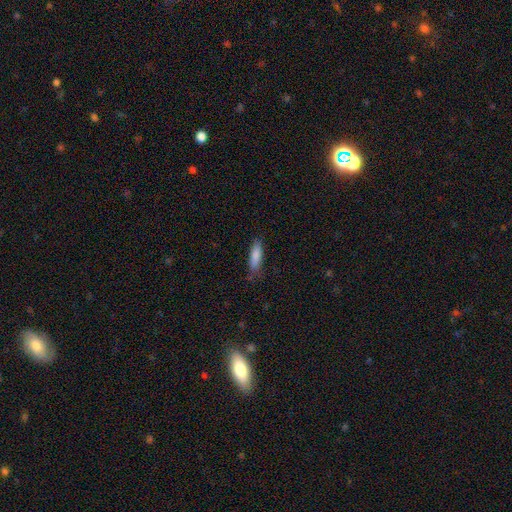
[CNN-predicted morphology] A smooth galaxy with no disk features (84%) that is cigar-shaped (60%).

Vote fractions:
- Smooth or featured? smooth: 84% / featured or disk: 10% / star or artifact: 6%
- How rounded? cigar-shaped: 60% / in between: 38% / round: 2%
- Merging? none: 77% / minor disturbance: 18% / major disturbance: 4% / merger: 1%